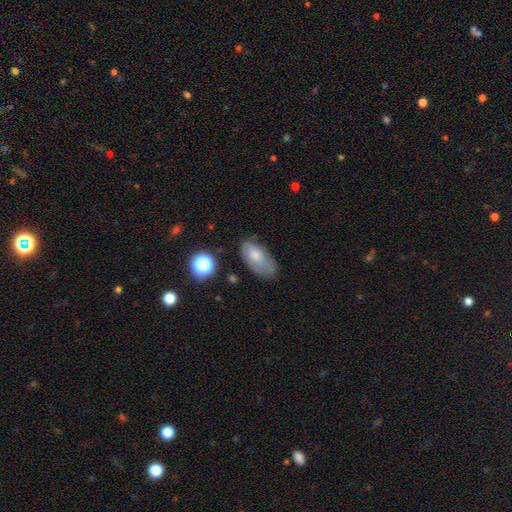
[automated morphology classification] smooth 70%, featured or disk 21%, star or artifact 9%. Down the decision tree: how rounded — in between (91%); merging — none (57%).